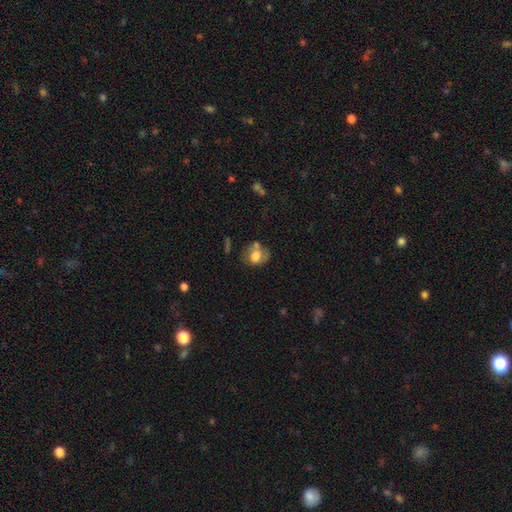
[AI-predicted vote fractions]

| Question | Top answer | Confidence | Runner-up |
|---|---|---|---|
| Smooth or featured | smooth | 65% | featured or disk (26%) |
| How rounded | in between | 50% | round (49%) |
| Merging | none | 46% | minor disturbance (25%) |